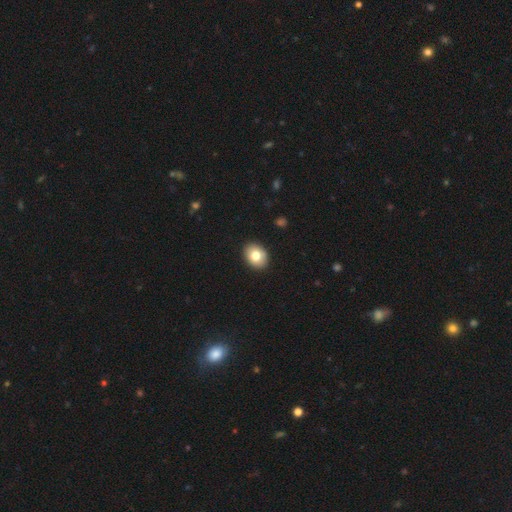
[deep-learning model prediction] This is clearly a smooth galaxy (80%). How rounded: likely in between (63%). Merging: clearly none (91%).